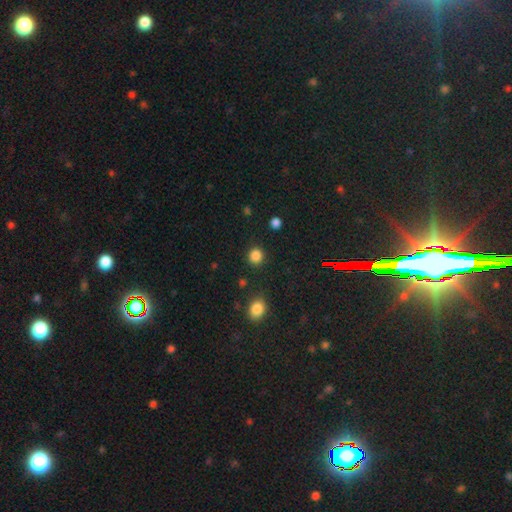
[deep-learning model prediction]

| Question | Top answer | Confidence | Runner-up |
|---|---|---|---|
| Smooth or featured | smooth | 85% | star or artifact (12%) |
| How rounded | round | 89% | in between (10%) |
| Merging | none | 89% | minor disturbance (6%) |